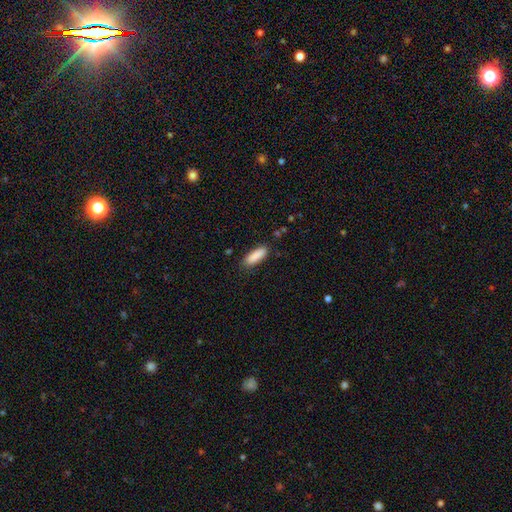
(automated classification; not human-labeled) smooth 89%, star or artifact 7%, featured or disk 5%. Down the decision tree: how rounded — in between (50%); merging — none (85%).